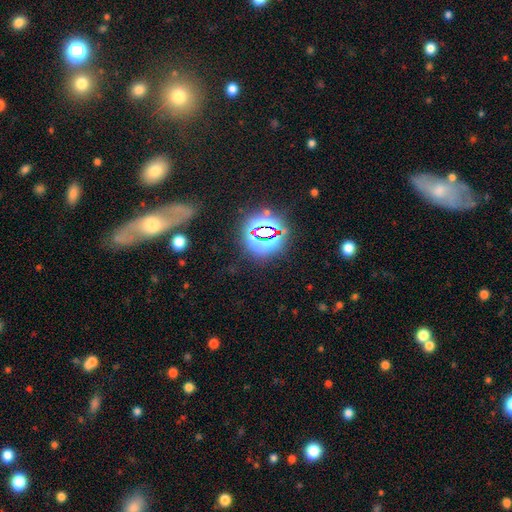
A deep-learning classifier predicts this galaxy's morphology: type=star or artifact (49%).